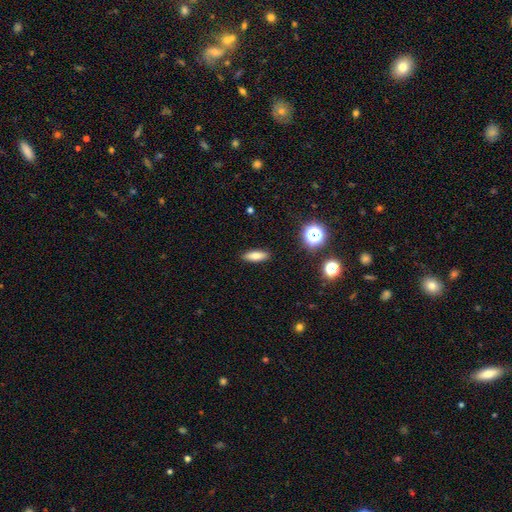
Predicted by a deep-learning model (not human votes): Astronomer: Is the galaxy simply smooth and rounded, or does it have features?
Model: smooth — 77%.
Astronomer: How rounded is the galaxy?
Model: in between — 60% (runner-up: cigar-shaped, 36%).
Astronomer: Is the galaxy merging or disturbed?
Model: none — 89%.